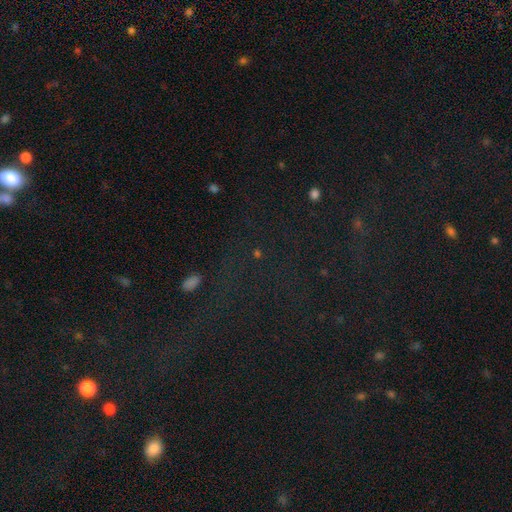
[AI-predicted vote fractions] This appears to be a star or artifact, not a galaxy (73%).